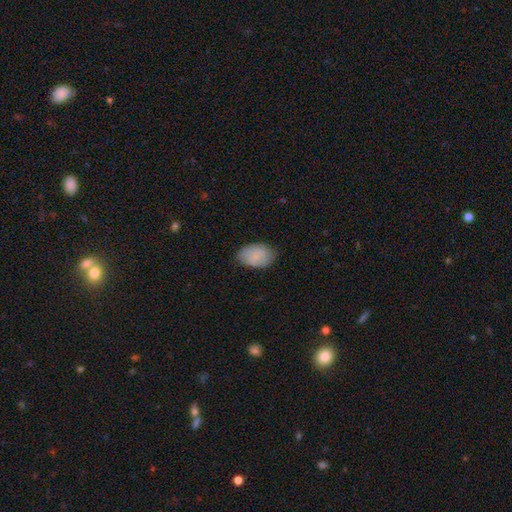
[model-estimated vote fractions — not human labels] Smooth or featured?
  - smooth: 81% *
  - featured or disk: 12%
  - star or artifact: 7%
How rounded?
  - in between: 88% *
  - round: 11%
  - cigar-shaped: 1%
Merging?
  - none: 77% *
  - minor disturbance: 19%
  - major disturbance: 4%
  - merger: 1%